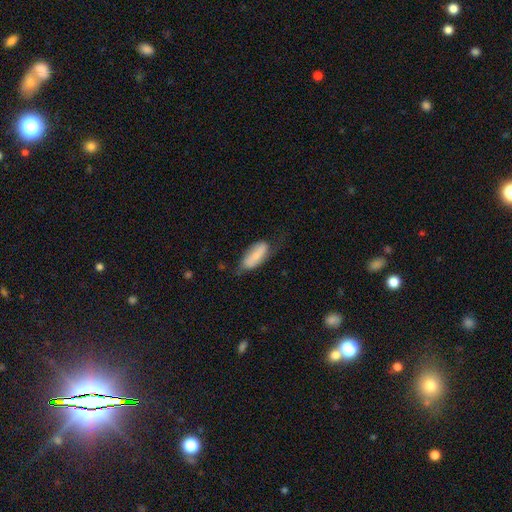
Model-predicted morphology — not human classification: Smooth or featured: smooth — 71% (featured or disk — 23%)
How rounded: in between — 78% (cigar-shaped — 20%)
Merging: none — 50% (minor disturbance — 34%)